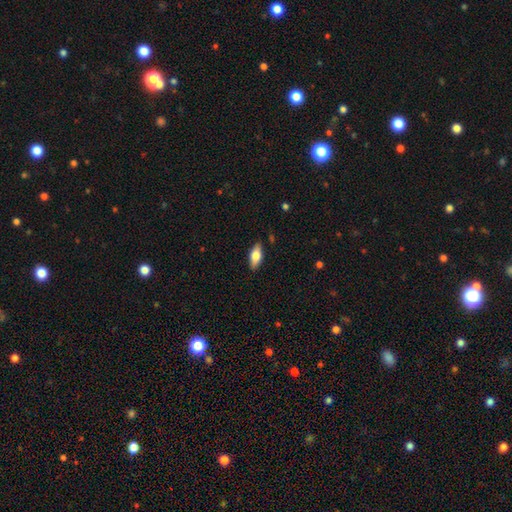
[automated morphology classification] Smooth or featured: smooth — 71% (featured or disk — 23%)
How rounded: in between — 84% (cigar-shaped — 13%)
Merging: none — 86% (minor disturbance — 10%)